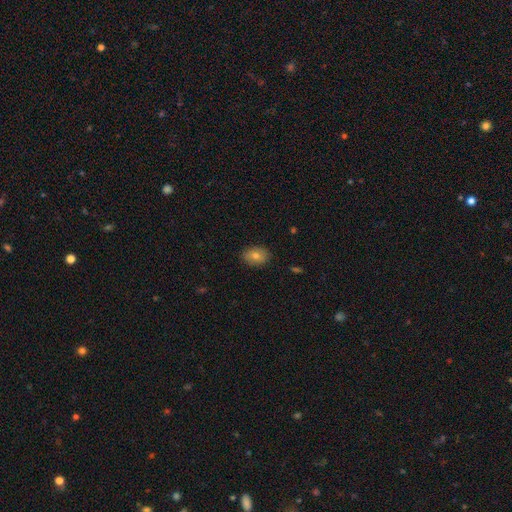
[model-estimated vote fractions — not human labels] smooth 74%, featured or disk 15%, star or artifact 10%. Down the decision tree: how rounded — in between (73%); merging — none (87%).